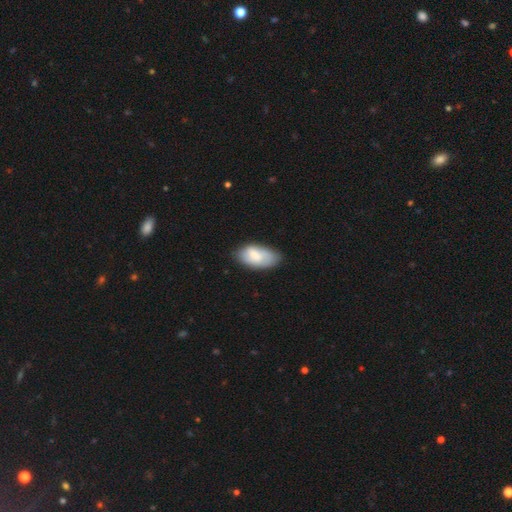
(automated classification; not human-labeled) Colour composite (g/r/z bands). It shows a smooth galaxy with no disk features (74%) that is in between round and cigar-shaped (94%). Merging: none (60%).